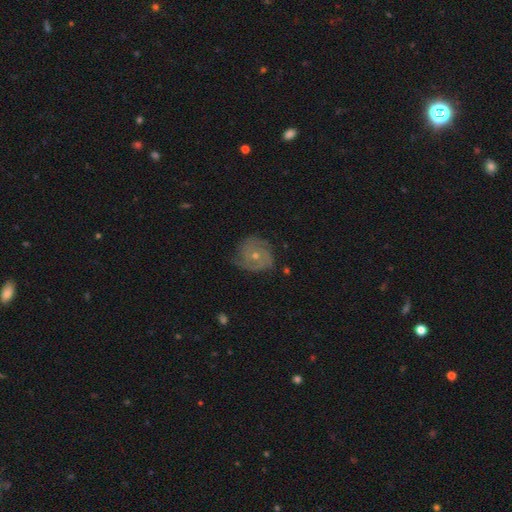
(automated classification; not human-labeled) Q: Smooth or featured?
A: featured or disk (75%); runner-up: smooth (18%)
Q: Edge-on disk?
A: no (97%); runner-up: yes (3%)
Q: Bar?
A: no (81%); runner-up: weak (16%)
Q: Spiral arms?
A: yes (89%); runner-up: no (11%)
Q: Spiral winding?
A: tight (61%); runner-up: medium (30%)
Q: Spiral arm count?
A: 2 (35%); runner-up: can't tell (29%)
Q: Bulge size?
A: small (50%); runner-up: moderate (47%)
Q: Merging?
A: none (70%); runner-up: minor disturbance (22%)